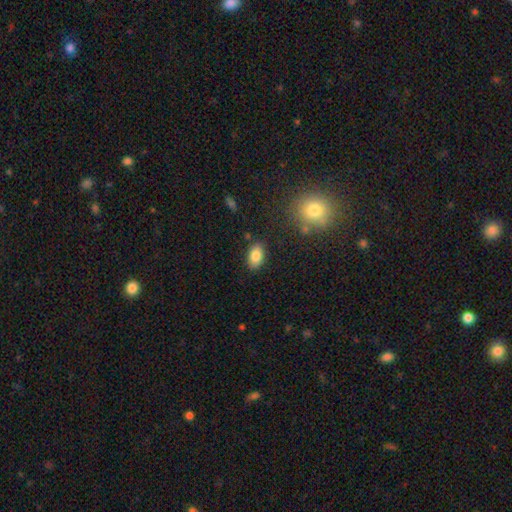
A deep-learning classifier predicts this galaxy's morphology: Smooth or featured: smooth — 85% (star or artifact — 8%)
How rounded: in between — 91% (round — 7%)
Merging: none — 85% (minor disturbance — 10%)